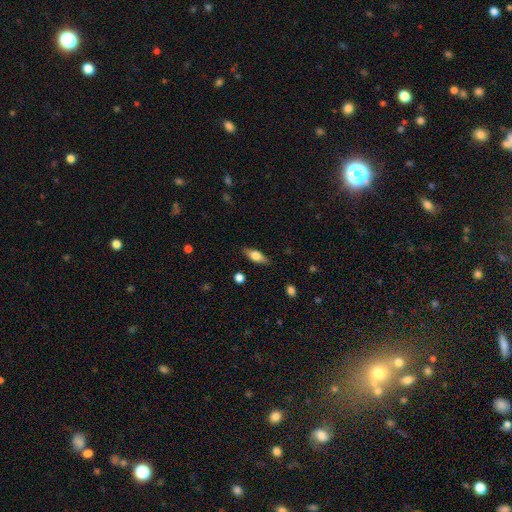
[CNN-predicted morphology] smooth 64%, featured or disk 29%, star or artifact 7%. Down the decision tree: how rounded — in between (69%); merging — none (85%).